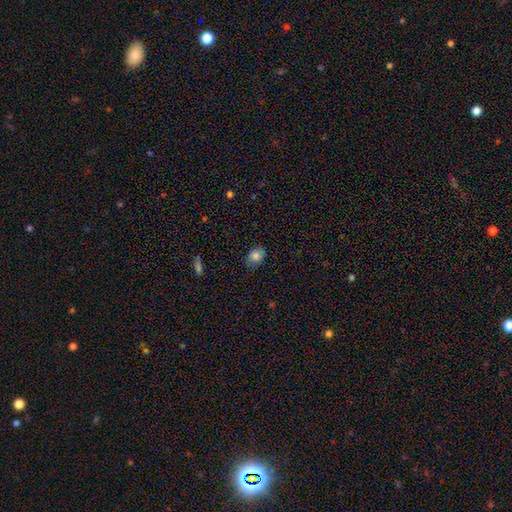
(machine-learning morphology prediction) Smooth or featured? smooth (80%)
How rounded? in between (66%)
Merging? none (76%)